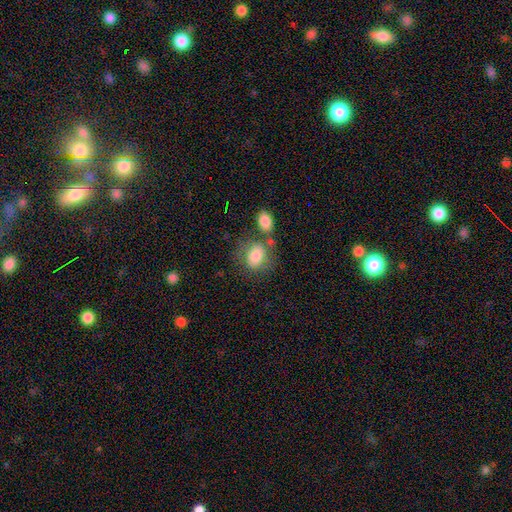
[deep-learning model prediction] Q: Smooth or featured?
A: smooth (79%); runner-up: featured or disk (14%)
Q: How rounded?
A: in between (64%); runner-up: round (34%)
Q: Merging?
A: none (50%); runner-up: merger (22%)